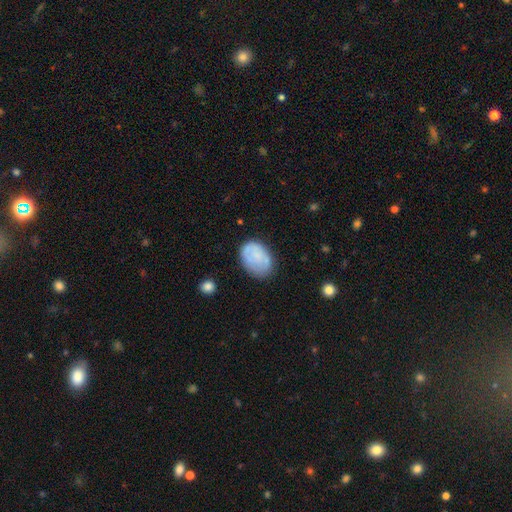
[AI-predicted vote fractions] smooth_or_featured: smooth (p=0.67) [alt: featured or disk p=0.26]
how_rounded: in between (p=0.82) [alt: round p=0.17]
merging: none (p=0.67) [alt: minor disturbance p=0.24]